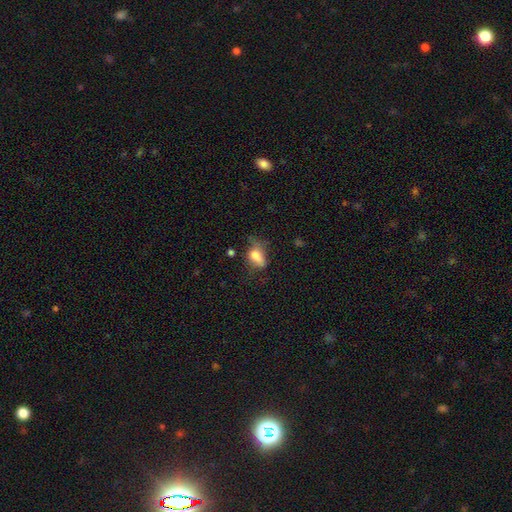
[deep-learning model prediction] Smooth or featured? Predicted: smooth (p=0.72). How rounded? Predicted: in between (p=0.82). Merging? Predicted: none (p=0.35).